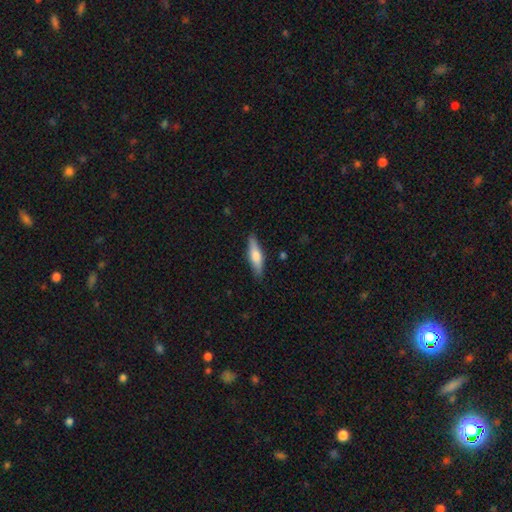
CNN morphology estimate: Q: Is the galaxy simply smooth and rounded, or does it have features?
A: smooth — 59%.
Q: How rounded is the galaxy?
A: cigar-shaped — 66%.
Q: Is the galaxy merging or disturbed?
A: none — 87%.